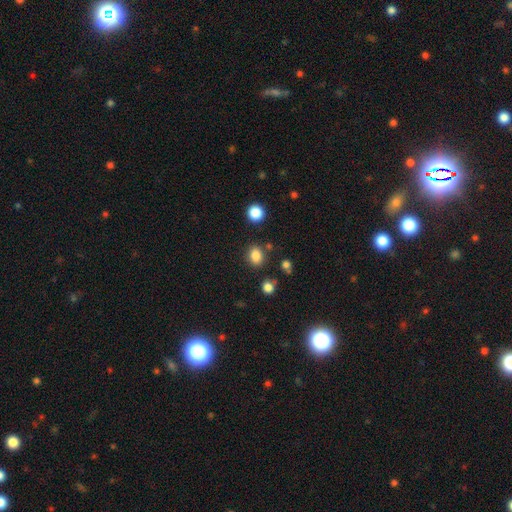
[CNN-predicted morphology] smooth 84%, star or artifact 12%, featured or disk 4%. Down the decision tree: how rounded — in between (52%); merging — none (83%).